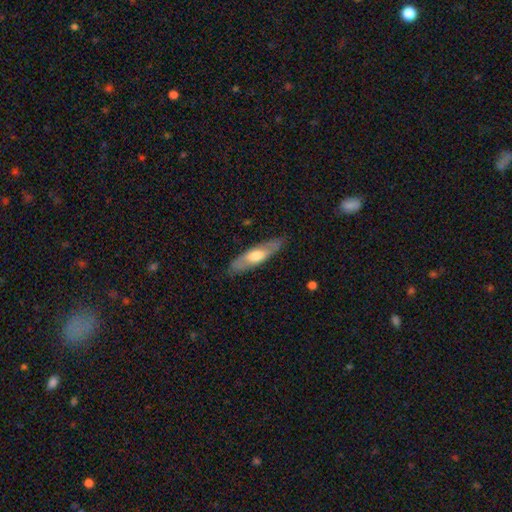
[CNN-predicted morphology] Smooth or featured? smooth (52%)
How rounded? cigar-shaped (61%)
Merging? none (84%)